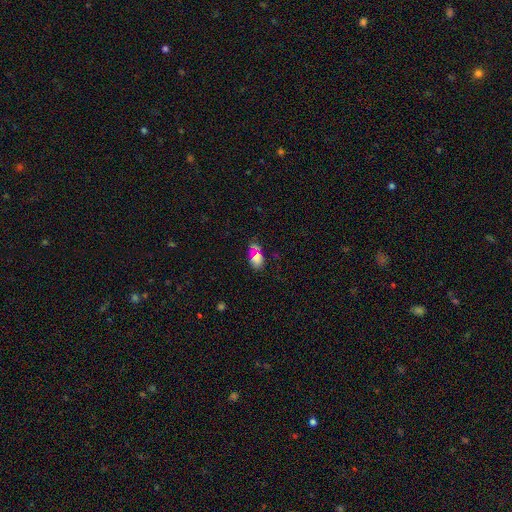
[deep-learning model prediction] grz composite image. It shows a smooth galaxy with no disk features (68%) that is in between round and cigar-shaped (86%). Merging: none (67%).